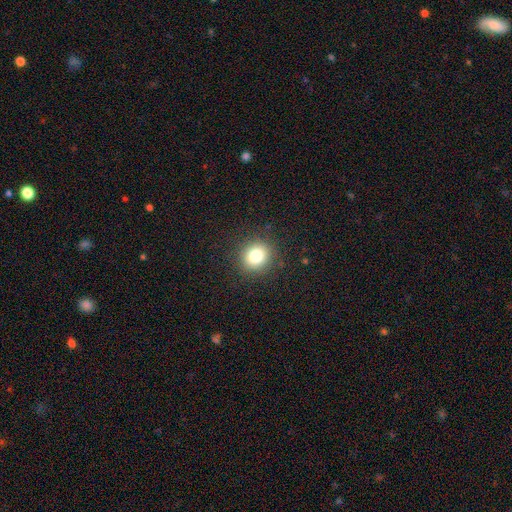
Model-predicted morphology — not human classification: Q: Smooth or featured?
A: smooth (80%); runner-up: star or artifact (12%)
Q: How rounded?
A: round (86%); runner-up: in between (14%)
Q: Merging?
A: none (90%); runner-up: minor disturbance (7%)